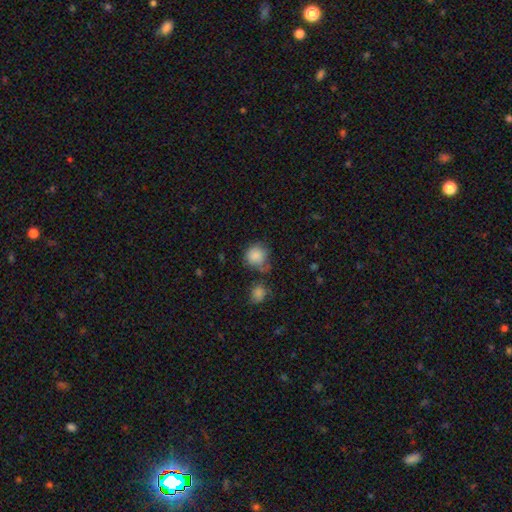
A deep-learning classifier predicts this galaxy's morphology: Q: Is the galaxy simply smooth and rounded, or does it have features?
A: smooth — 83%.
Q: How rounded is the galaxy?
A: round — 82%.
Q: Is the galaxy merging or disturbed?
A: none — 52%.